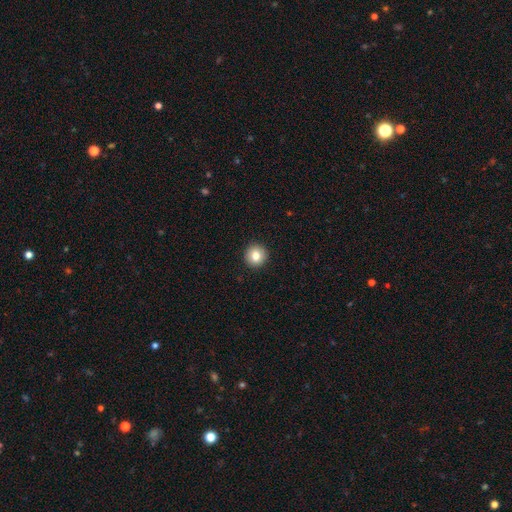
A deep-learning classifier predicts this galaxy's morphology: smooth_or_featured: smooth (p=0.82) [alt: star or artifact p=0.10]
how_rounded: round (p=0.96) [alt: in between p=0.03]
merging: none (p=0.93) [alt: minor disturbance p=0.04]